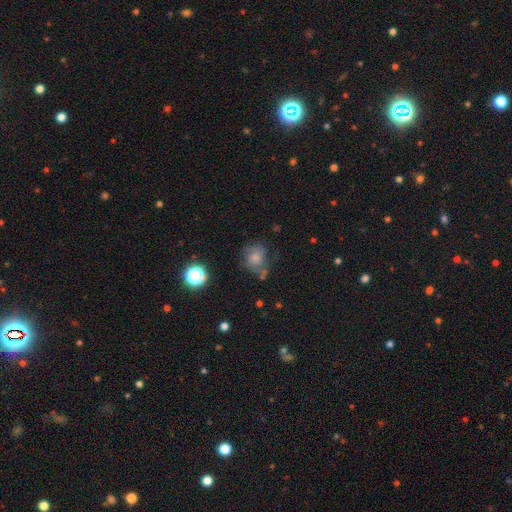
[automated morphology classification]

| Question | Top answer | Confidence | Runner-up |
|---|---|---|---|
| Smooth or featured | smooth | 47% | star or artifact (27%) |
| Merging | none | 61% | minor disturbance (22%) |